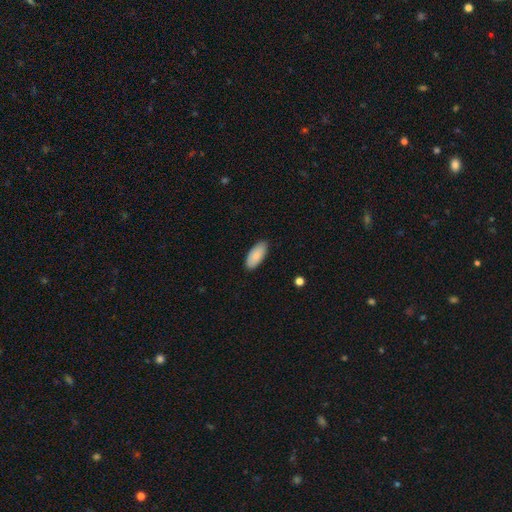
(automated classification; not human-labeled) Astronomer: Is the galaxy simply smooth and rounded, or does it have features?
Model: smooth — 86%.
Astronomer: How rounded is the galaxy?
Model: in between — 90%.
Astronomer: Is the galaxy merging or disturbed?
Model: none — 87%.